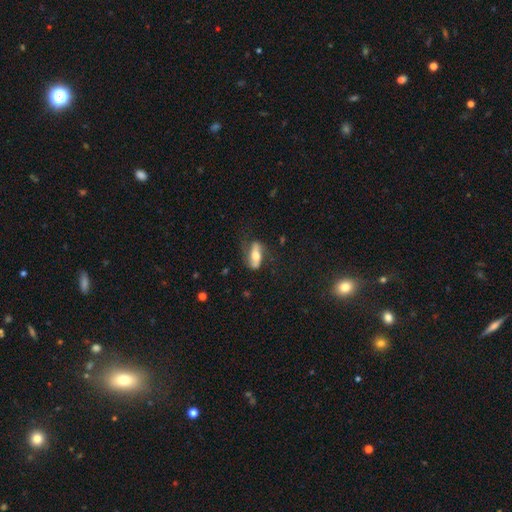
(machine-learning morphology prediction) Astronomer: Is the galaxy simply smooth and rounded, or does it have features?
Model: featured or disk — 51% (runner-up: smooth, 41%).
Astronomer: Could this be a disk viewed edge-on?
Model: no — 71%.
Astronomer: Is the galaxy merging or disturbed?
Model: none — 61%.